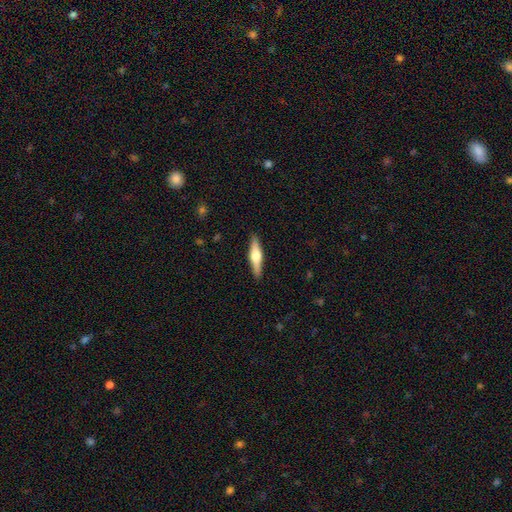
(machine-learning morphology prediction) The model was most divided on "smooth or featured": featured or disk: 57%, smooth: 37%, star or artifact: 5%. More confident: edge-on disk — yes (96%); edge-on bulge — rounded (92%); merging — none (91%).